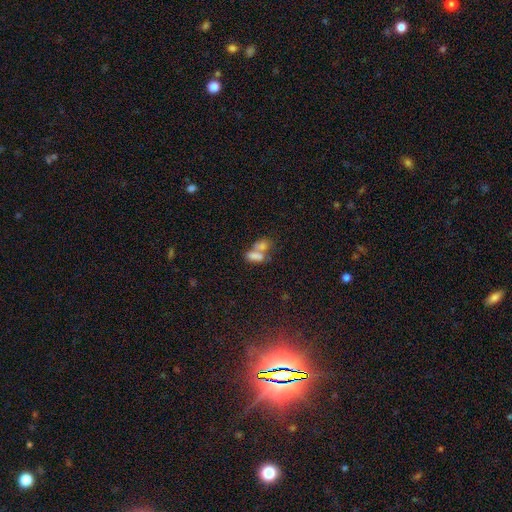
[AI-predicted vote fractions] Smooth or featured? Predicted: smooth (p=0.71). How rounded? Predicted: in between (p=0.83). Merging? Predicted: merger (p=0.67).